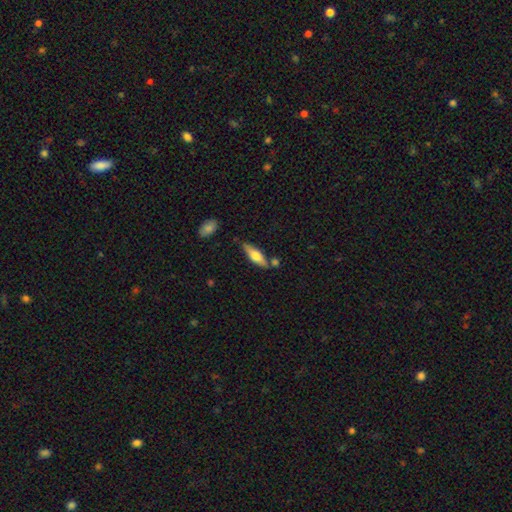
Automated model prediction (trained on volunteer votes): A smooth galaxy with no disk features (57%) that is cigar-shaped (51%).

Vote fractions:
- Smooth or featured? smooth: 57% / featured or disk: 37% / star or artifact: 6%
- How rounded? cigar-shaped: 51% / in between: 47% / round: 2%
- Merging? none: 73% / minor disturbance: 14% / merger: 10% / major disturbance: 3%